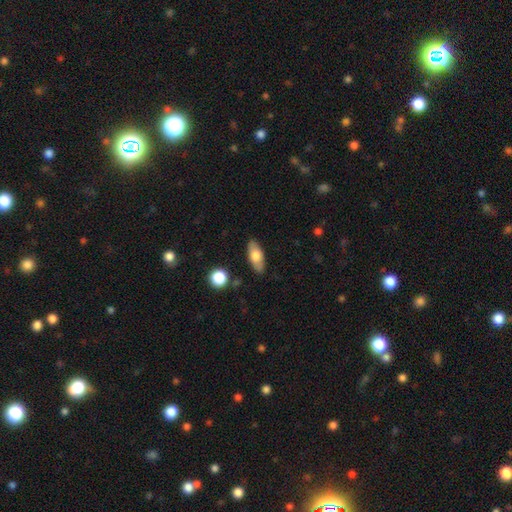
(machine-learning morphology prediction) Smooth or featured? smooth (69%)
How rounded? in between (81%)
Merging? none (84%)